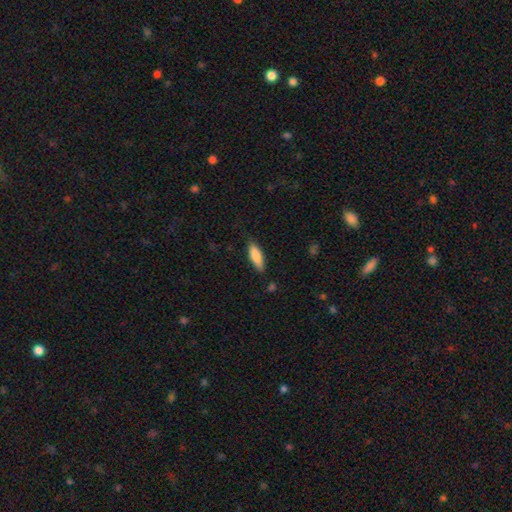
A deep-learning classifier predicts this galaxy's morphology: This appears to be a smooth galaxy with no disk features (81%) that is in between round and cigar-shaped (50%). Merging: none (81%).